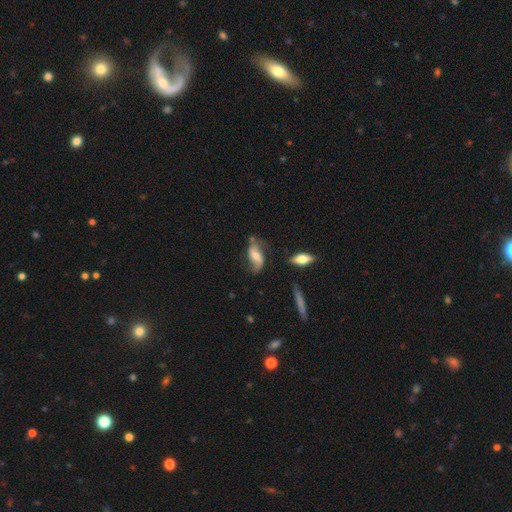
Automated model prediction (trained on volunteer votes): Q: Smooth or featured?
A: featured or disk (60%); runner-up: smooth (32%)
Q: Edge-on disk?
A: no (91%); runner-up: yes (9%)
Q: Bar?
A: no (45%); runner-up: weak (39%)
Q: Spiral arms?
A: yes (89%); runner-up: no (11%)
Q: Bulge size?
A: moderate (45%); runner-up: small (33%)
Q: Merging?
A: none (56%); runner-up: minor disturbance (26%)